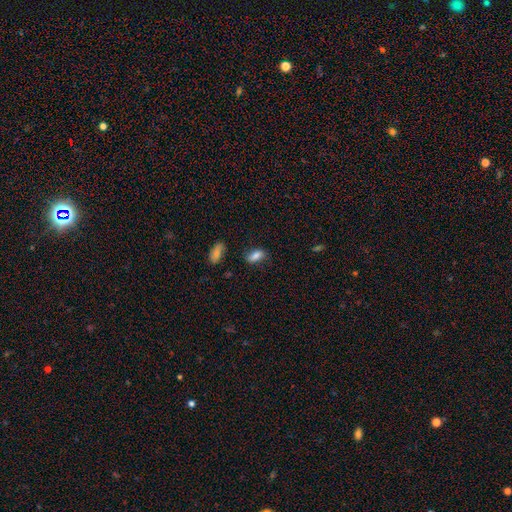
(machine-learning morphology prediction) Smooth or featured?
  - smooth: 81% *
  - featured or disk: 10%
  - star or artifact: 9%
How rounded?
  - in between: 88% *
  - cigar-shaped: 8%
  - round: 4%
Merging?
  - none: 74% *
  - minor disturbance: 18%
  - major disturbance: 5%
  - merger: 4%